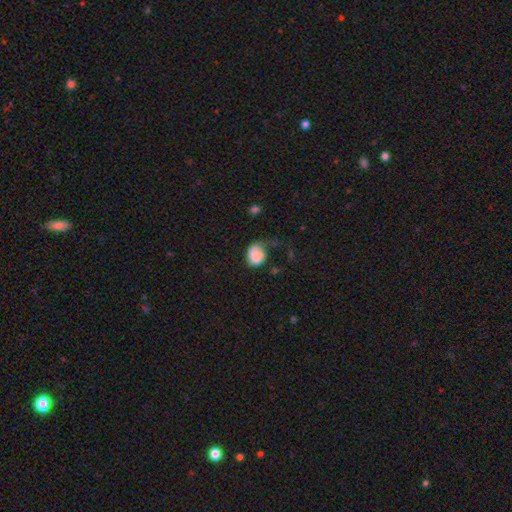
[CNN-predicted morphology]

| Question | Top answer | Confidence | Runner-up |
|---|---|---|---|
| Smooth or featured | smooth | 80% | featured or disk (12%) |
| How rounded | in between | 51% | round (48%) |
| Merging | none | 37% | minor disturbance (33%) |